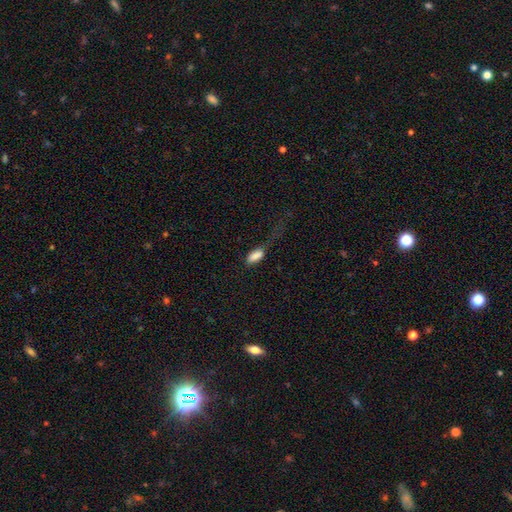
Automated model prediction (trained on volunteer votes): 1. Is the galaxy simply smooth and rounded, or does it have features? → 83% smooth, 9% star or artifact, 8% featured or disk.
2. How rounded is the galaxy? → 82% in between, 14% cigar-shaped, 3% round.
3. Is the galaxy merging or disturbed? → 43% major disturbance, 27% none, 23% minor disturbance, 6% merger.